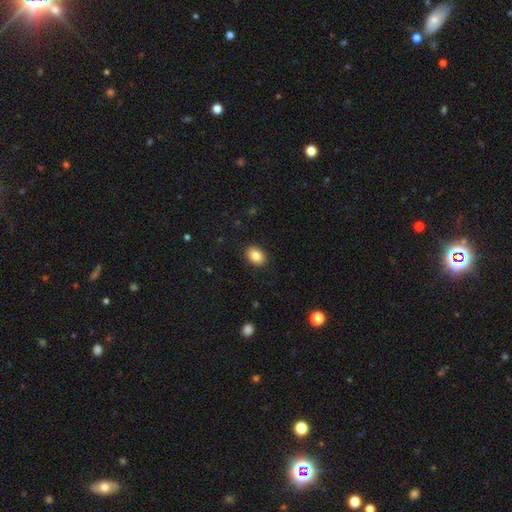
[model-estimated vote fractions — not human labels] This is clearly a smooth galaxy (85%). How rounded: likely in between (75%). Merging: clearly none (89%).